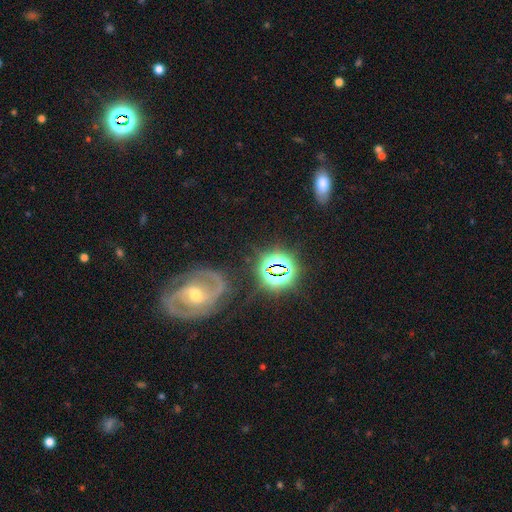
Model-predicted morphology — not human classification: Overall: featured or disk (48%; star or artifact 33%). Merging: none (75%).